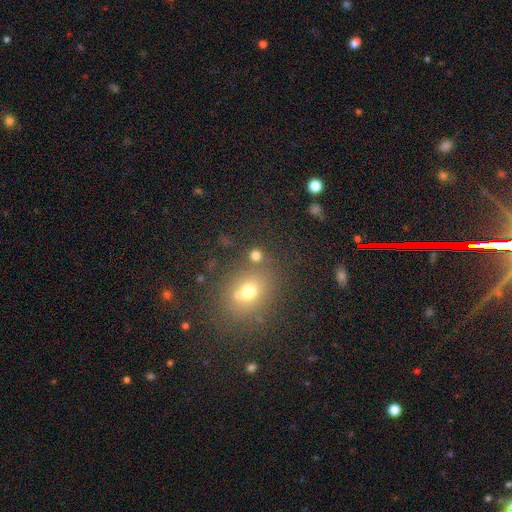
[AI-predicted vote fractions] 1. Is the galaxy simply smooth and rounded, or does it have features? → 71% smooth, 20% star or artifact, 9% featured or disk.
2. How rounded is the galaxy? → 83% round, 16% in between, 1% cigar-shaped.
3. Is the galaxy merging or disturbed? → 70% none, 17% merger, 8% minor disturbance, 5% major disturbance.